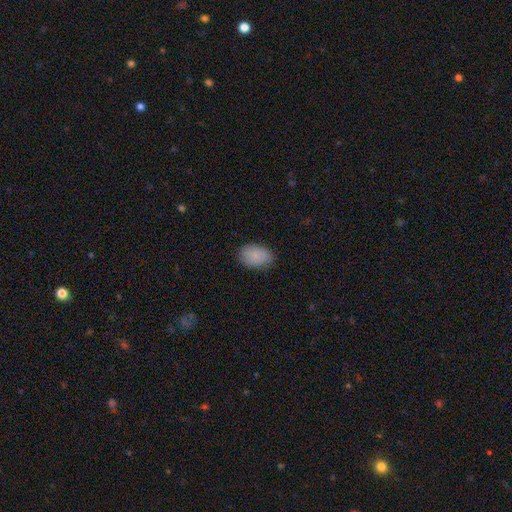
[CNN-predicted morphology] smooth-or-featured: smooth: 88% | star or artifact: 7% | featured or disk: 5%
  how-rounded: in between: 86% | round: 13% | cigar-shaped: 1%
  merging: none: 81% | minor disturbance: 15% | major disturbance: 3% | merger: 1%